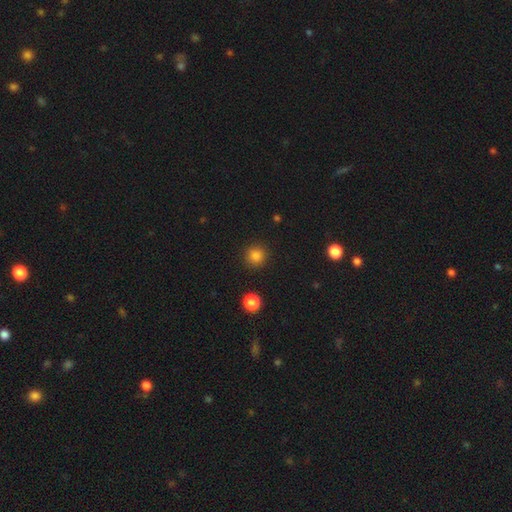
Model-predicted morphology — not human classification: smooth-or-featured: smooth: 84% | star or artifact: 12% | featured or disk: 4%
  how-rounded: round: 94% | in between: 5% | cigar-shaped: 1%
  merging: none: 91% | minor disturbance: 5% | major disturbance: 2% | merger: 1%